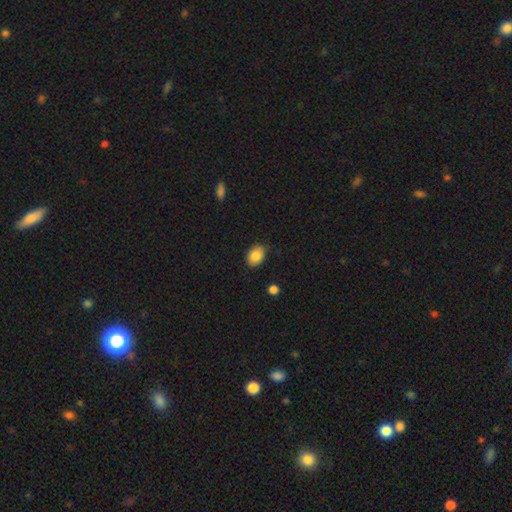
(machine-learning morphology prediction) Smooth or featured? Predicted: smooth (p=0.85). How rounded? Predicted: in between (p=0.71). Merging? Predicted: none (p=0.86).